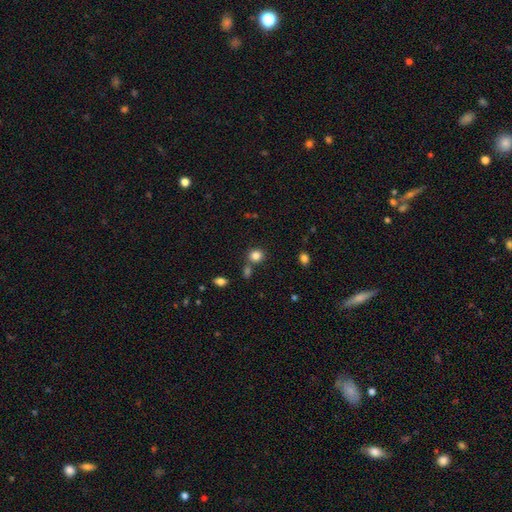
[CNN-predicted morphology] Q: Smooth or featured?
A: smooth (83%); runner-up: star or artifact (12%)
Q: How rounded?
A: round (81%); runner-up: in between (18%)
Q: Merging?
A: none (72%); runner-up: merger (15%)